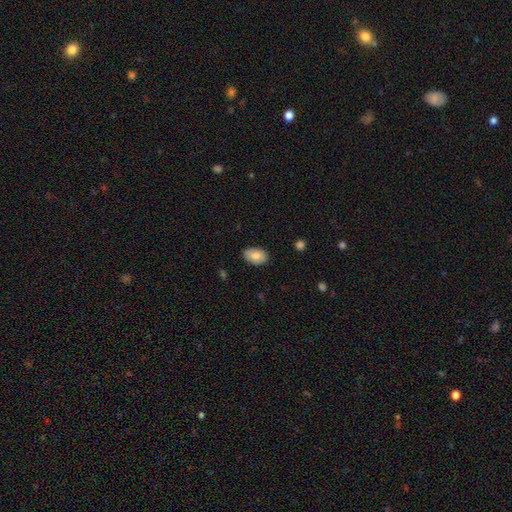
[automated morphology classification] Smooth or featured?
  - smooth: 79% *
  - featured or disk: 14%
  - star or artifact: 7%
How rounded?
  - in between: 88% *
  - round: 11%
  - cigar-shaped: 1%
Merging?
  - none: 86% *
  - minor disturbance: 11%
  - major disturbance: 2%
  - merger: 1%